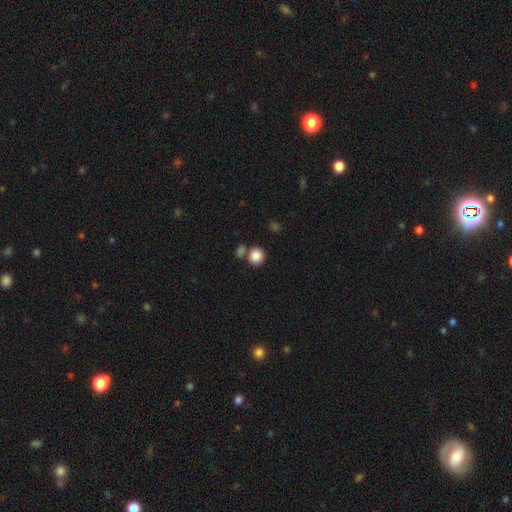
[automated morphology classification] Smooth or featured?
  - smooth: 86% *
  - star or artifact: 9%
  - featured or disk: 5%
How rounded?
  - round: 88% *
  - in between: 11%
  - cigar-shaped: 1%
Merging?
  - none: 66% *
  - merger: 22%
  - minor disturbance: 9%
  - major disturbance: 3%